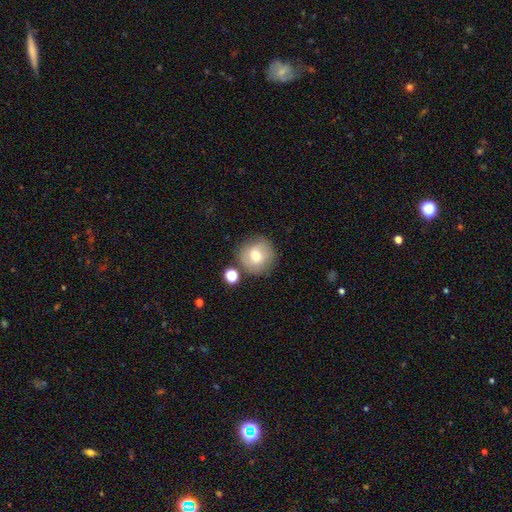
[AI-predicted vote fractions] Smooth or featured: smooth — 70% (featured or disk — 19%)
How rounded: round — 93% (in between — 6%)
Merging: none — 79% (minor disturbance — 11%)